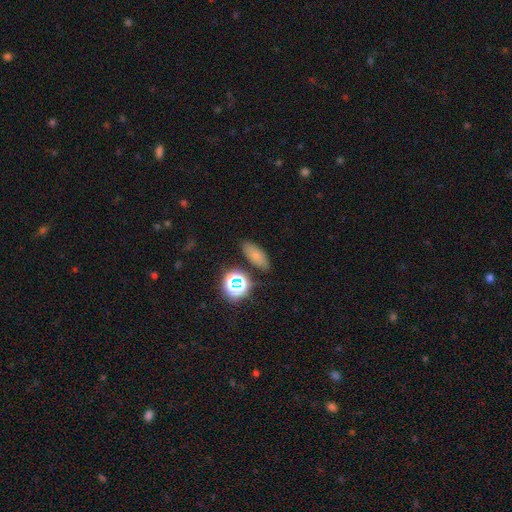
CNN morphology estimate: Smooth or featured? Predicted: smooth (p=0.69). How rounded? Predicted: in between (p=0.77). Merging? Predicted: none (p=0.81).